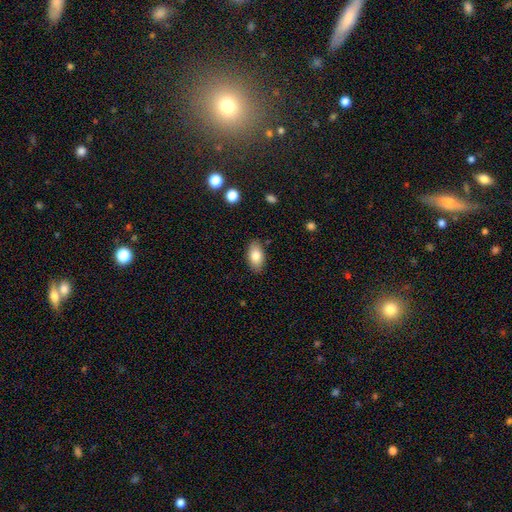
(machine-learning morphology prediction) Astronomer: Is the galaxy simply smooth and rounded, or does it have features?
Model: smooth — 79%.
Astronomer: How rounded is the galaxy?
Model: in between — 92%.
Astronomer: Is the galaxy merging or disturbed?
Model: none — 86%.